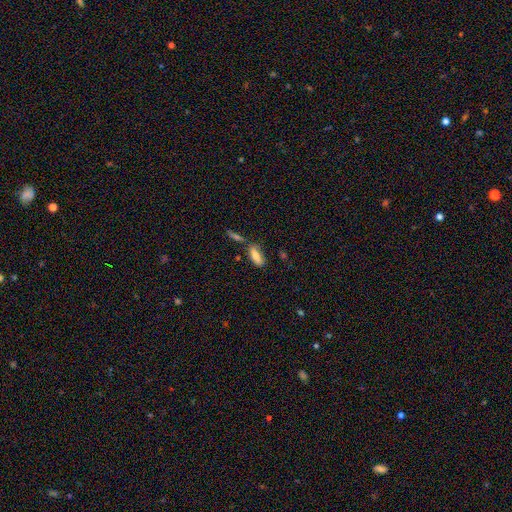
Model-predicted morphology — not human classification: This appears to be a smooth galaxy with no disk features (73%) that is in between round and cigar-shaped (70%). Merging: none (65%).